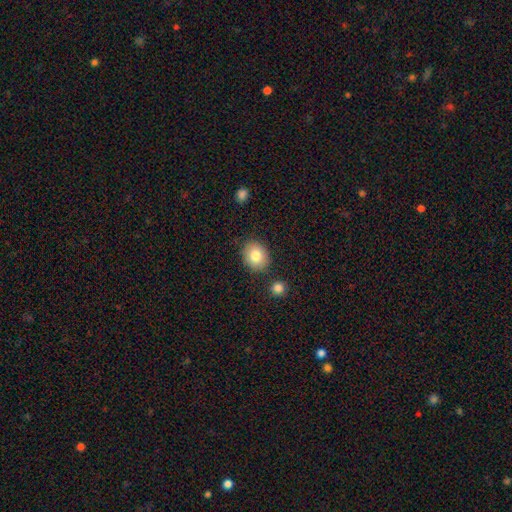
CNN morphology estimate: The model was most divided on "how rounded": round: 61%, in between: 38%, cigar-shaped: 1%. More confident: merging — none (83%); smooth or featured — smooth (82%).